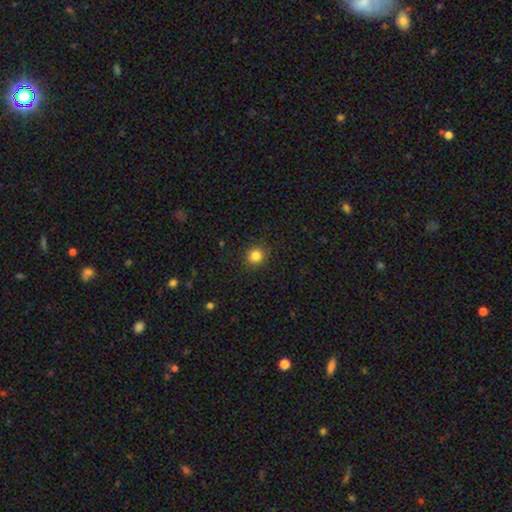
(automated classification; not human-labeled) A smooth galaxy with no disk features (84%) that is round (90%). Merging: none (91%).